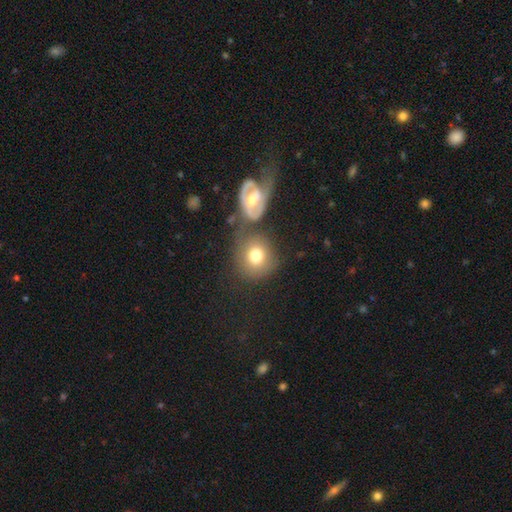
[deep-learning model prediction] A smooth galaxy with no disk features (72%) that is round (77%). Merging: none (52%).